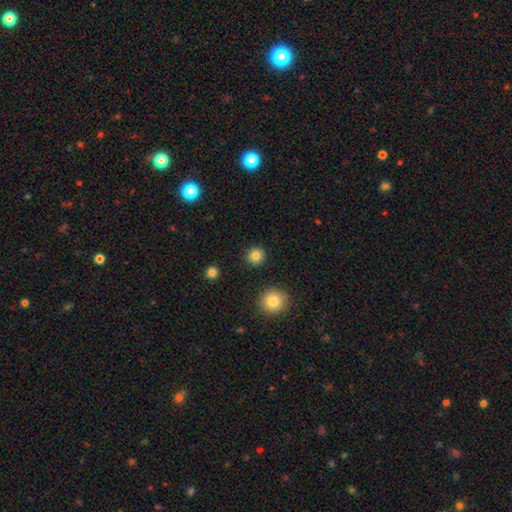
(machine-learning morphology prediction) This appears to be a smooth galaxy with no disk features (83%) that is round (94%). Merging: none (91%).